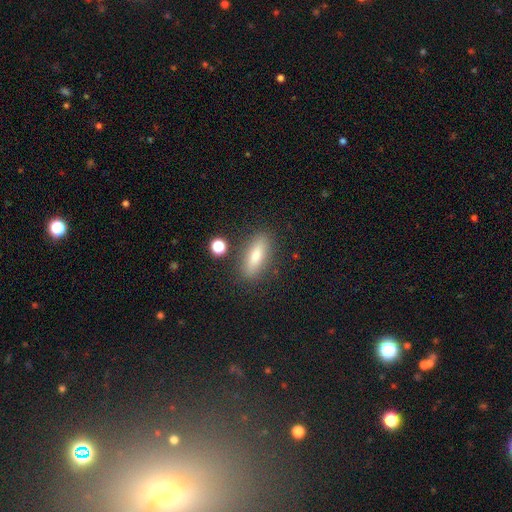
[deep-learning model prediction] Morphology: type=smooth (75%); roundness=in between (59%); merging=none (83%).